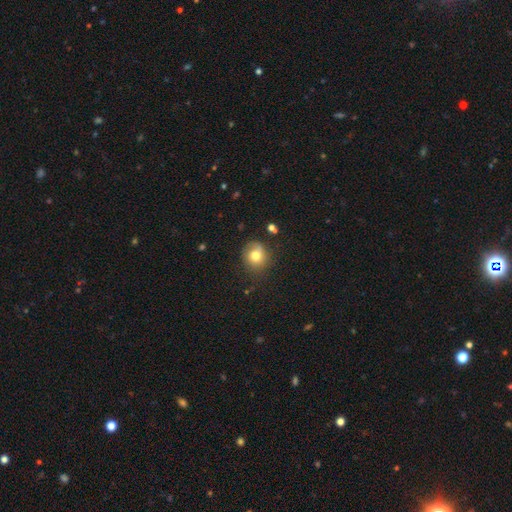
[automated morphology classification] This is likely a smooth galaxy (74%). How rounded: clearly round (80%). Merging: likely none (71%).